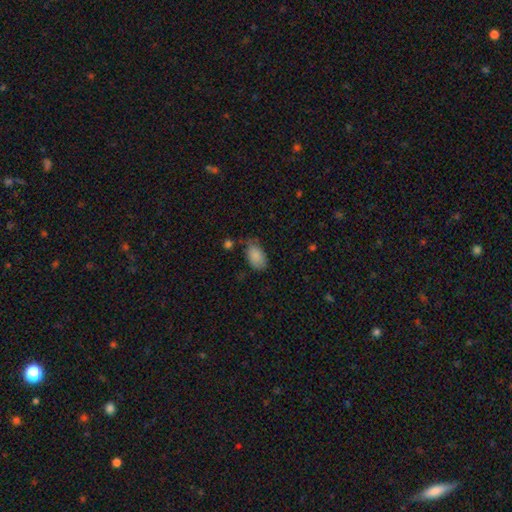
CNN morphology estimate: Smooth or featured? Predicted: smooth (p=0.87). How rounded? Predicted: in between (p=0.92). Merging? Predicted: none (p=0.58).